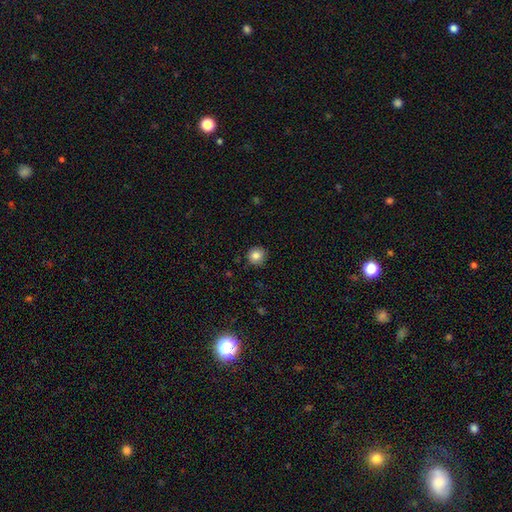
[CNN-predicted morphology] type=smooth (84%); roundness=round (93%); merging=none (89%).